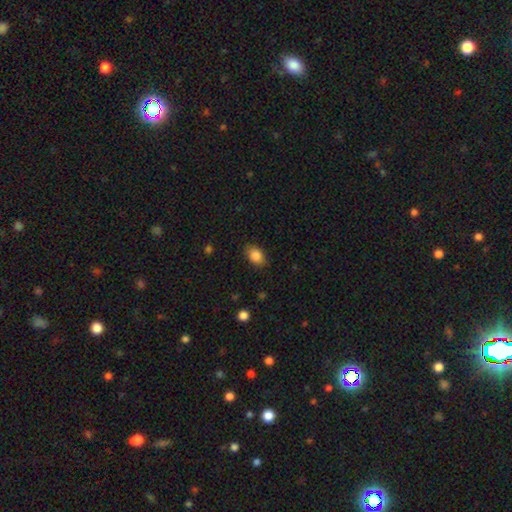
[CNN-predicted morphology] This is clearly a smooth galaxy (86%). How rounded: likely in between (78%). Merging: clearly none (82%).